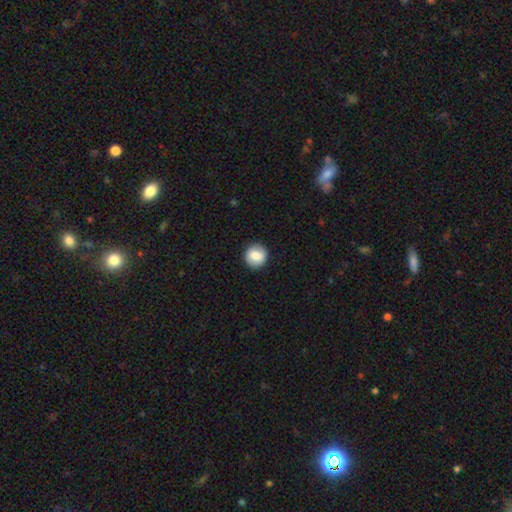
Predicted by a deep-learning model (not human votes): This appears to be a smooth galaxy with no disk features (80%) that is round (93%). Merging: none (91%).